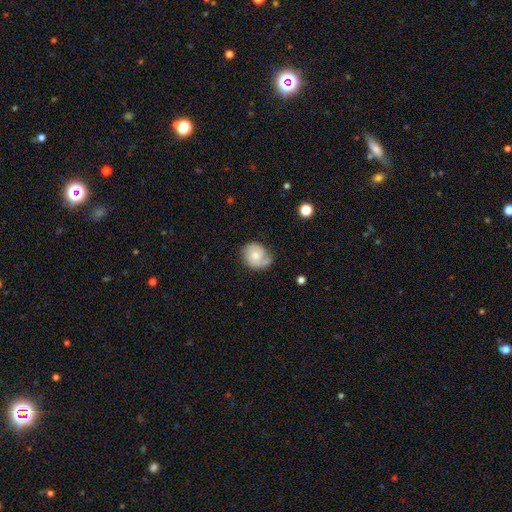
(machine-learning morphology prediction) type=smooth (48%); merging=none (59%).